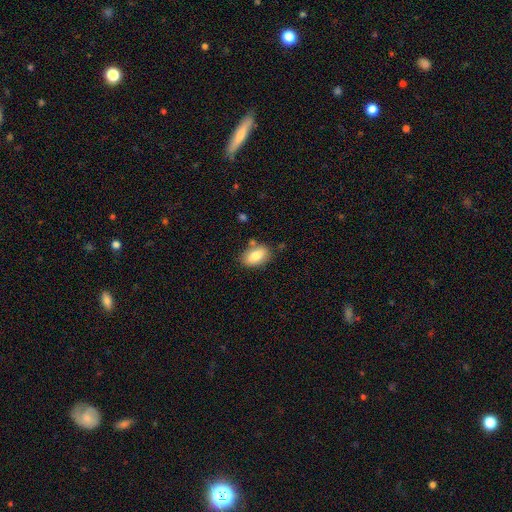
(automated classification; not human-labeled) Smooth or featured? smooth (80%)
How rounded? in between (90%)
Merging? none (76%)